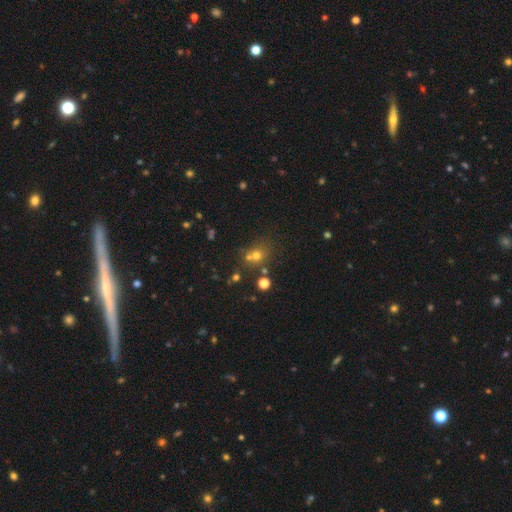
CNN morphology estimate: smooth-or-featured: smooth: 61% | star or artifact: 26% | featured or disk: 13%
  how-rounded: round: 76% | in between: 23% | cigar-shaped: 1%
  merging: none: 56% | merger: 28% | minor disturbance: 10% | major disturbance: 5%